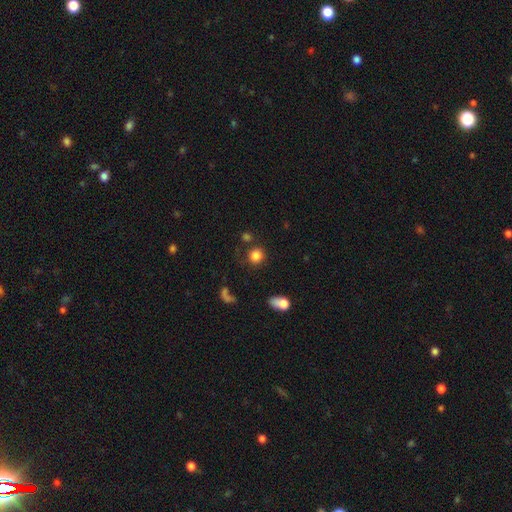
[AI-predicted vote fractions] The model was most divided on "merging": none: 75%, minor disturbance: 11%, merger: 8%, major disturbance: 6%. More confident: how rounded — round (87%); smooth or featured — smooth (83%).